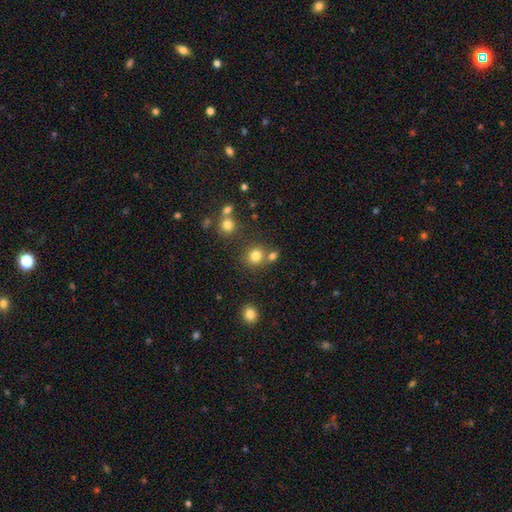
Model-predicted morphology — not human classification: Smooth or featured: smooth — 79% (star or artifact — 14%)
How rounded: round — 84% (in between — 15%)
Merging: none — 67% (merger — 20%)